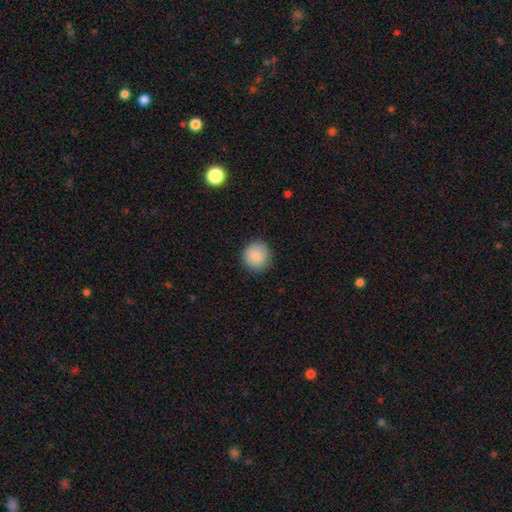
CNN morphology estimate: smooth_or_featured: smooth (p=0.88) [alt: star or artifact p=0.07]
how_rounded: round (p=0.93) [alt: in between p=0.06]
merging: none (p=0.89) [alt: minor disturbance p=0.08]